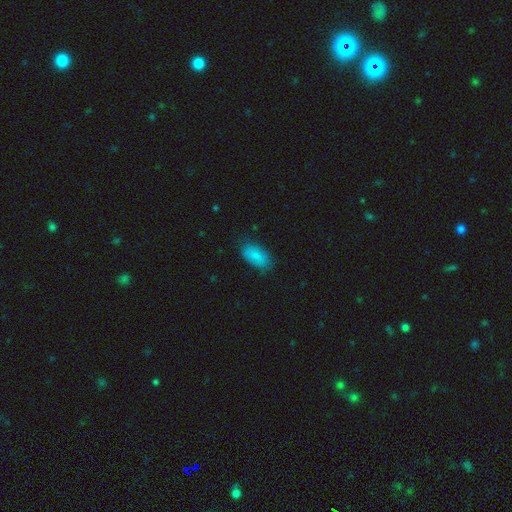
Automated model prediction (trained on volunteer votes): Smooth or featured? smooth (82%)
How rounded? in between (93%)
Merging? none (76%)